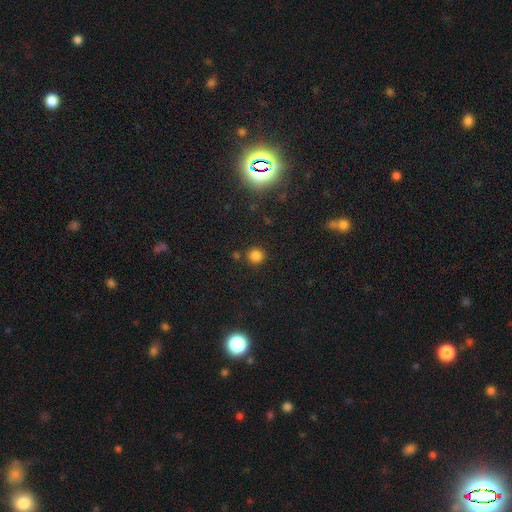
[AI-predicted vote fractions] Q: Smooth or featured?
A: smooth (79%); runner-up: star or artifact (16%)
Q: How rounded?
A: round (91%); runner-up: in between (8%)
Q: Merging?
A: none (84%); runner-up: minor disturbance (8%)